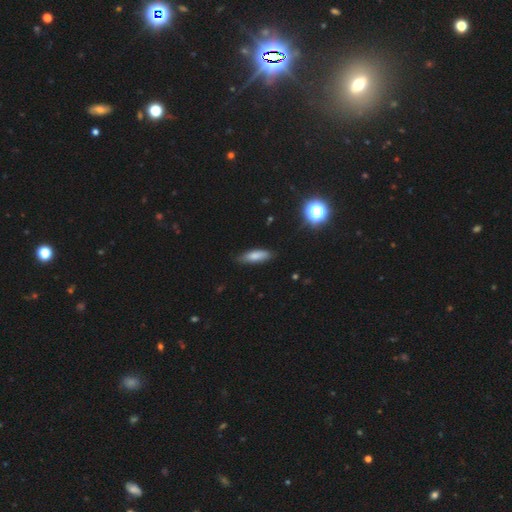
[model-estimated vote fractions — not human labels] smooth_or_featured: smooth (p=0.77) [alt: featured or disk p=0.15]
how_rounded: in between (p=0.55) [alt: cigar-shaped p=0.43]
merging: none (p=0.80) [alt: minor disturbance p=0.16]